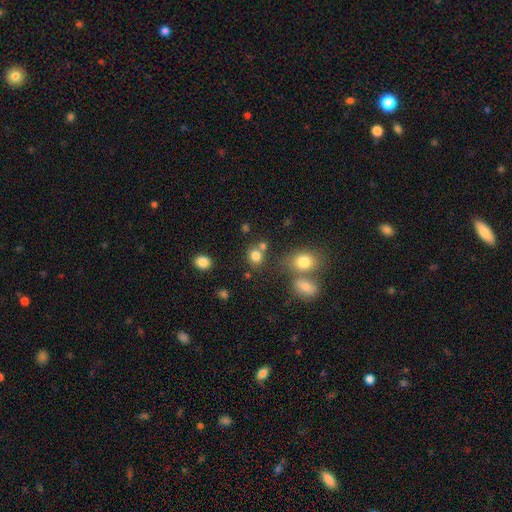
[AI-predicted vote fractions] Smooth or featured: smooth — 79% (star or artifact — 14%)
How rounded: round — 75% (in between — 24%)
Merging: none — 62% (merger — 23%)